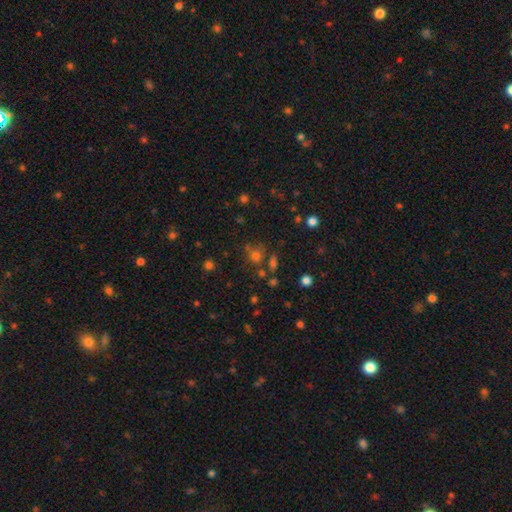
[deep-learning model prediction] Smooth or featured: smooth — 57% (star or artifact — 34%)
How rounded: round — 76% (in between — 23%)
Merging: none — 64% (merger — 17%)